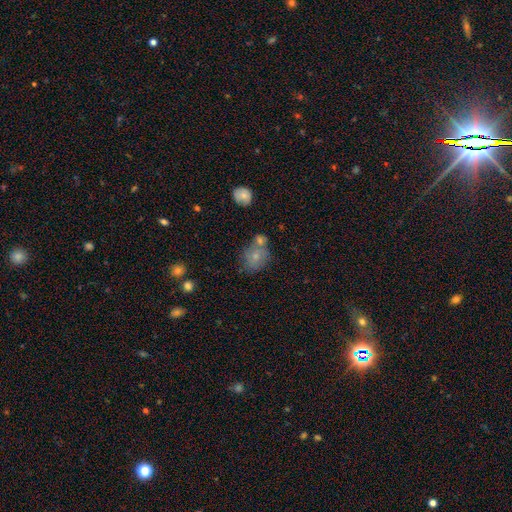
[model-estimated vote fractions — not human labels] This is likely a smooth galaxy (69%). How rounded: possibly round (54%). Merging: possibly none (54%).